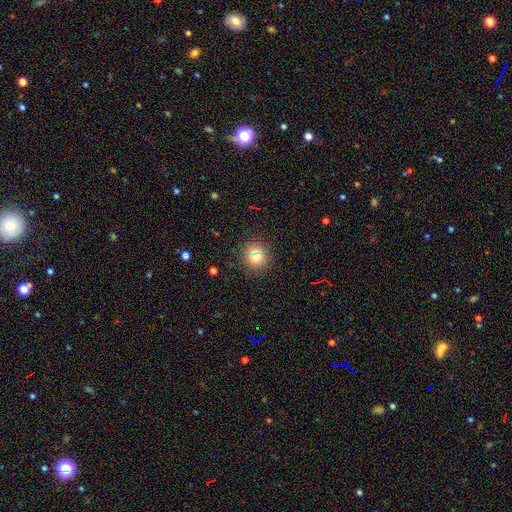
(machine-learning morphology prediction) A smooth galaxy with no disk features (71%) that is round (91%).

Vote fractions:
- Smooth or featured? smooth: 71% / star or artifact: 20% / featured or disk: 10%
- How rounded? round: 91% / in between: 8% / cigar-shaped: 1%
- Merging? none: 89% / minor disturbance: 7% / major disturbance: 2% / merger: 2%